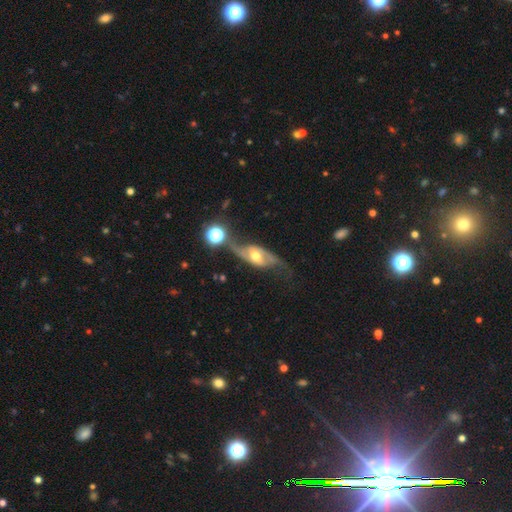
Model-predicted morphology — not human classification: This appears to be a featured or disk galaxy (81%) with no bar (40%), 2 (90%) loose (63%) spiral arms (92%) and a moderate central bulge (71%). Merging: none (55%).